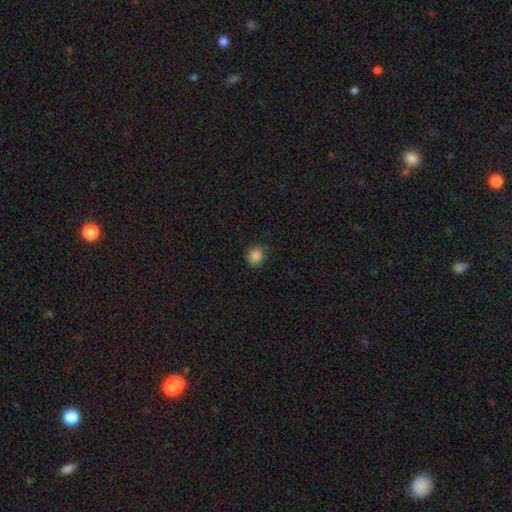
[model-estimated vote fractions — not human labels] smooth-or-featured: smooth: 86% | star or artifact: 10% | featured or disk: 3%
  how-rounded: round: 77% | in between: 22% | cigar-shaped: 1%
  merging: none: 81% | minor disturbance: 15% | major disturbance: 3% | merger: 1%